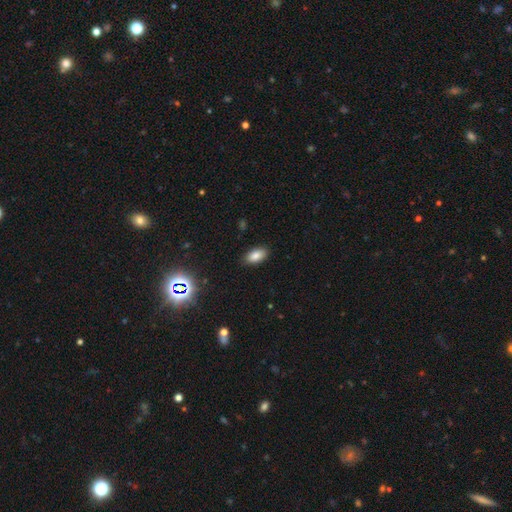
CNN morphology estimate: The model was most divided on "smooth or featured": smooth: 83%, star or artifact: 10%, featured or disk: 7%. More confident: how rounded — in between (93%); merging — none (88%).